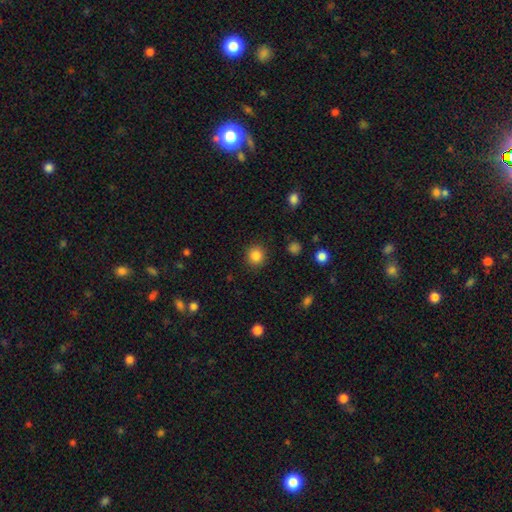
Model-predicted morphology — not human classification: smooth-or-featured: smooth: 85% | star or artifact: 11% | featured or disk: 4%
  how-rounded: round: 92% | in between: 7% | cigar-shaped: 1%
  merging: none: 91% | minor disturbance: 6% | major disturbance: 2% | merger: 1%